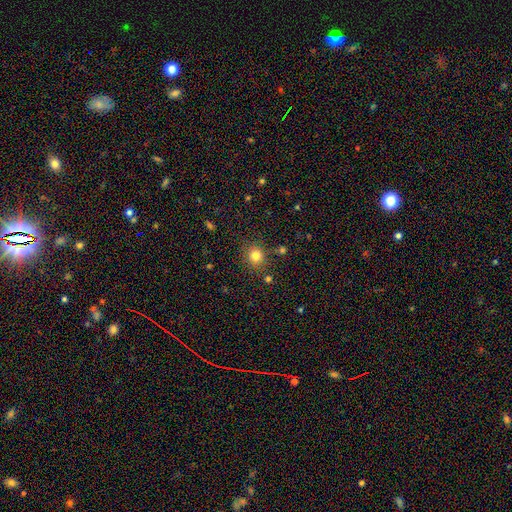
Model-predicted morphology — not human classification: smooth_or_featured: smooth (p=0.80) [alt: star or artifact p=0.14]
how_rounded: round (p=0.83) [alt: in between p=0.16]
merging: none (p=0.82) [alt: minor disturbance p=0.10]